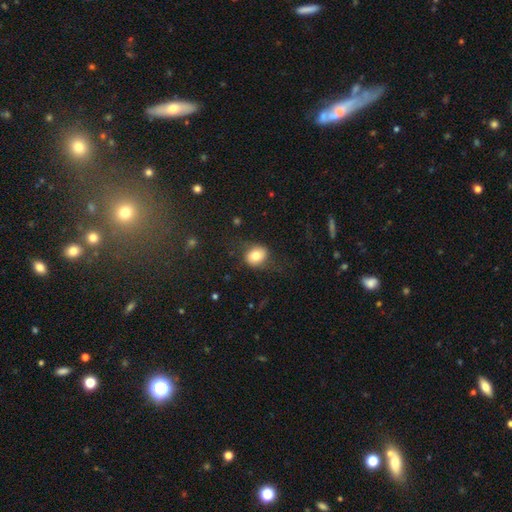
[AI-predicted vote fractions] This is likely a smooth galaxy (74%). How rounded: possibly round (56%). Merging: likely none (68%).